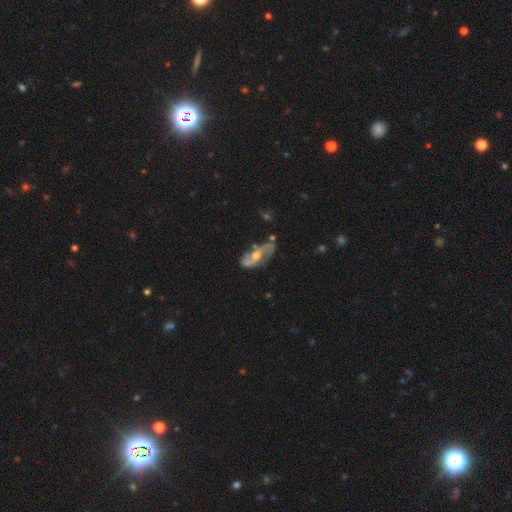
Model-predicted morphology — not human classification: smooth_or_featured: featured or disk (p=0.74) [alt: smooth p=0.19]
disk_edge_on: no (p=0.89) [alt: yes p=0.11]
bar: no (p=0.53) [alt: weak p=0.35]
has_spiral_arms: yes (p=0.80) [alt: no p=0.20]
spiral_winding: medium (p=0.41) [alt: loose p=0.38]
spiral_arm_count: 2 (p=0.77) [alt: can't tell p=0.14]
bulge_size: moderate (p=0.68) [alt: small p=0.22]
merging: none (p=0.62) [alt: minor disturbance p=0.23]